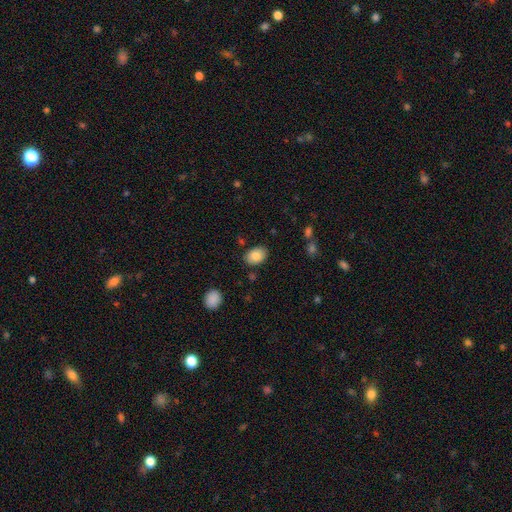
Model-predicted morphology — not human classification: type=smooth (85%); roundness=in between (79%); merging=none (83%).